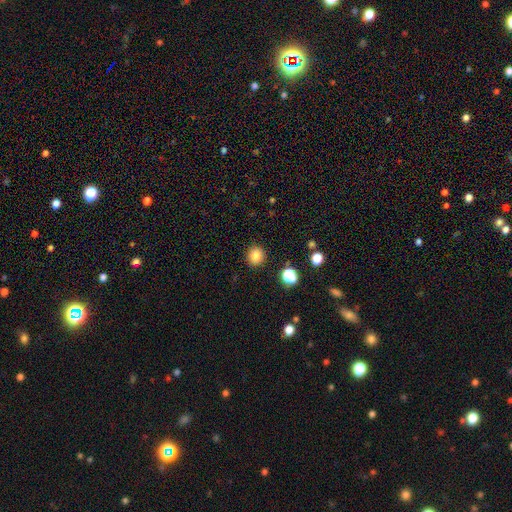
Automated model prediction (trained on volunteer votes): A smooth galaxy with no disk features (82%) that is round (86%).

Vote fractions:
- Smooth or featured? smooth: 82% / star or artifact: 13% / featured or disk: 5%
- How rounded? round: 86% / in between: 13% / cigar-shaped: 1%
- Merging? none: 90% / minor disturbance: 6% / major disturbance: 2% / merger: 2%